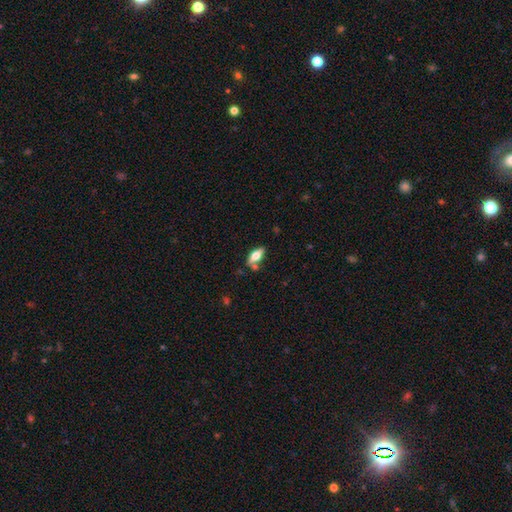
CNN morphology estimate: Q: Smooth or featured?
A: smooth (56%); runner-up: featured or disk (37%)
Q: How rounded?
A: in between (75%); runner-up: cigar-shaped (21%)
Q: Merging?
A: none (67%); runner-up: minor disturbance (16%)